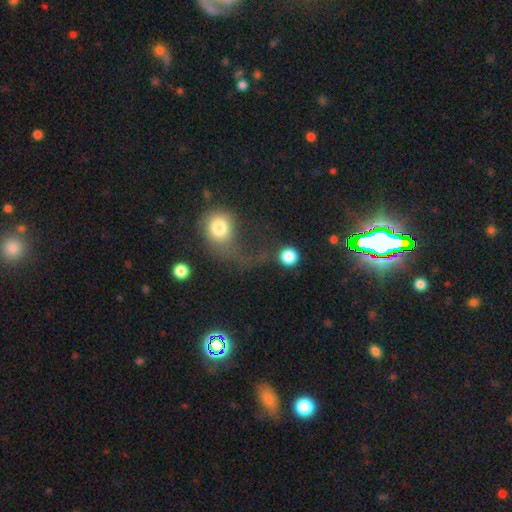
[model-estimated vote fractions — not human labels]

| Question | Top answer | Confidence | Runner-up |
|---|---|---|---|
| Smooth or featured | smooth | 39% | star or artifact (34%) |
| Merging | none | 37% | major disturbance (35%) |